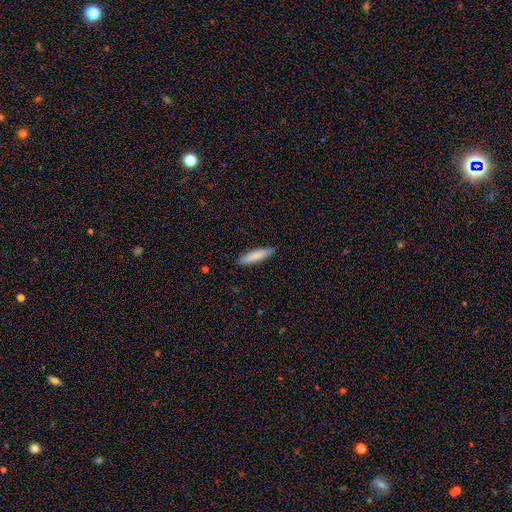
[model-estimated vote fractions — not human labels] smooth-or-featured: smooth: 84% | featured or disk: 10% | star or artifact: 6%
  how-rounded: cigar-shaped: 82% | in between: 17% | round: 1%
  merging: none: 90% | minor disturbance: 8% | major disturbance: 2% | merger: 1%